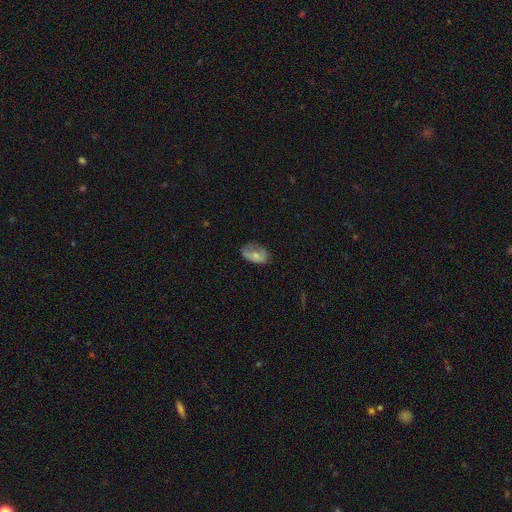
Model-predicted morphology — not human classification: Overall: smooth (63%; featured or disk 28%). How rounded: in between (88%). Merging: none (45%; minor disturbance 33%).